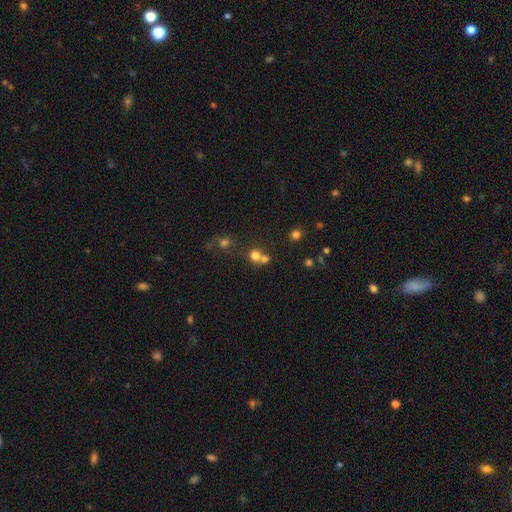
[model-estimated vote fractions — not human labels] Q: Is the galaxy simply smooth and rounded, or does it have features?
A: smooth — 71%.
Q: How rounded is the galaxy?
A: round — 84%.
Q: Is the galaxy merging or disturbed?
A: none — 46%.